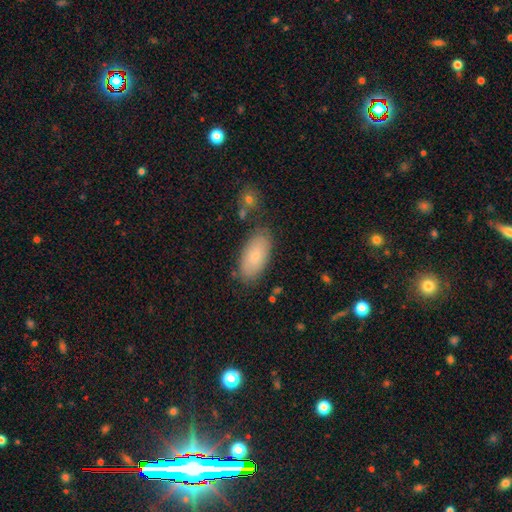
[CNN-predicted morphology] Q: Smooth or featured?
A: smooth (78%); runner-up: featured or disk (15%)
Q: How rounded?
A: in between (93%); runner-up: cigar-shaped (5%)
Q: Merging?
A: none (80%); runner-up: minor disturbance (13%)